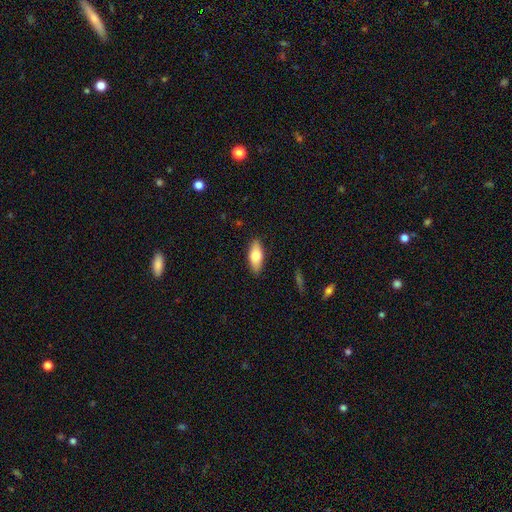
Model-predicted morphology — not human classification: Smooth or featured?
  - smooth: 75% *
  - featured or disk: 19%
  - star or artifact: 6%
How rounded?
  - in between: 79% *
  - cigar-shaped: 19%
  - round: 3%
Merging?
  - none: 88% *
  - minor disturbance: 9%
  - major disturbance: 2%
  - merger: 1%